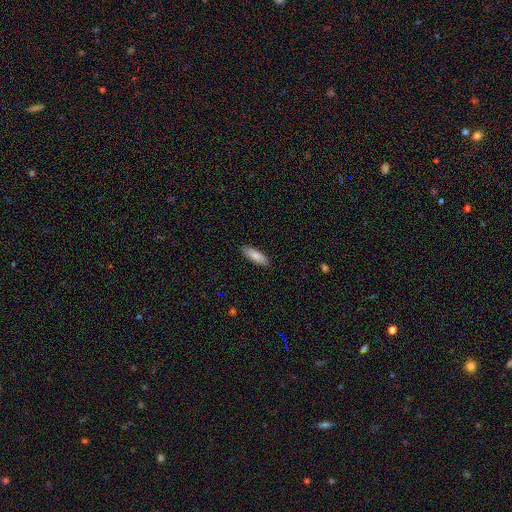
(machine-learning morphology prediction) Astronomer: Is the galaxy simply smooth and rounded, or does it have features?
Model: smooth — 83%.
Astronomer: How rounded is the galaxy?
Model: in between — 53% (runner-up: cigar-shaped, 45%).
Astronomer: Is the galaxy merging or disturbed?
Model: none — 89%.